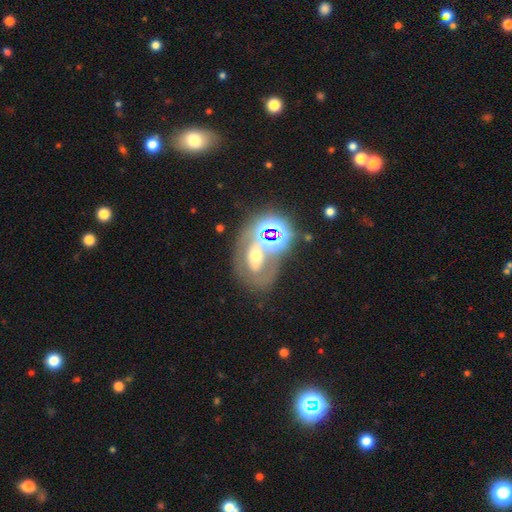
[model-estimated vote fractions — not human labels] featured or disk 41%, star or artifact 30%, smooth 29%. Down the decision tree: merging — none (49%).